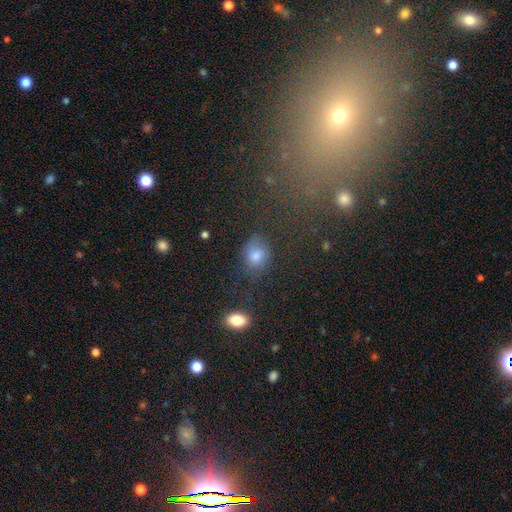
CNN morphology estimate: A smooth galaxy with no disk features (74%) that is round (57%). Merging: none (75%).